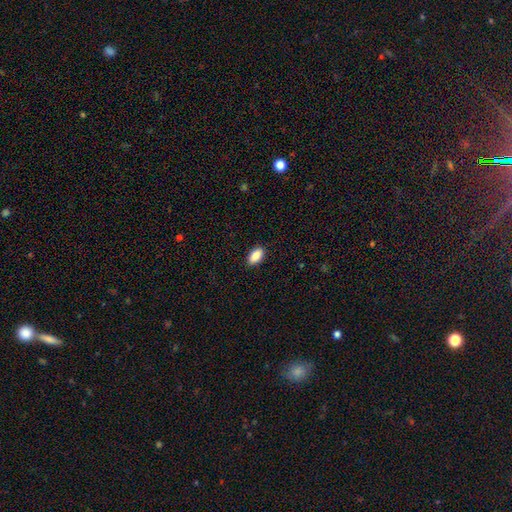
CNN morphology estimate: A smooth galaxy with no disk features (89%) that is in between round and cigar-shaped (92%). Merging: none (89%).